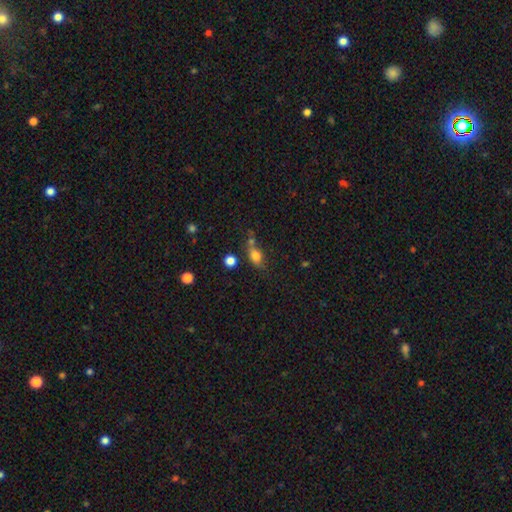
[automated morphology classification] smooth_or_featured: smooth (p=0.75) [alt: star or artifact p=0.12]
how_rounded: in between (p=0.63) [alt: round p=0.30]
merging: none (p=0.49) [alt: merger p=0.22]